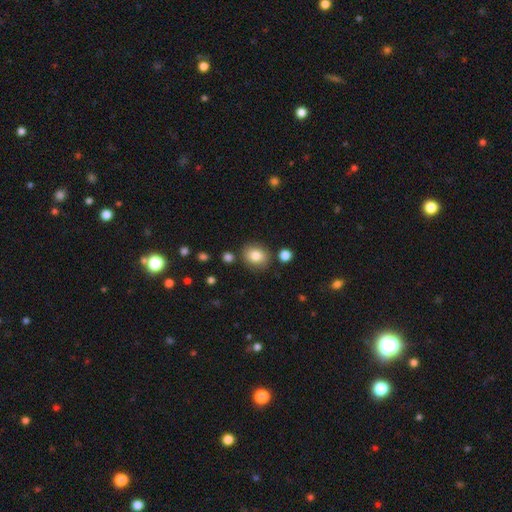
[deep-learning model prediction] Q: Smooth or featured?
A: smooth (82%); runner-up: star or artifact (9%)
Q: How rounded?
A: round (61%); runner-up: in between (38%)
Q: Merging?
A: none (81%); runner-up: minor disturbance (11%)